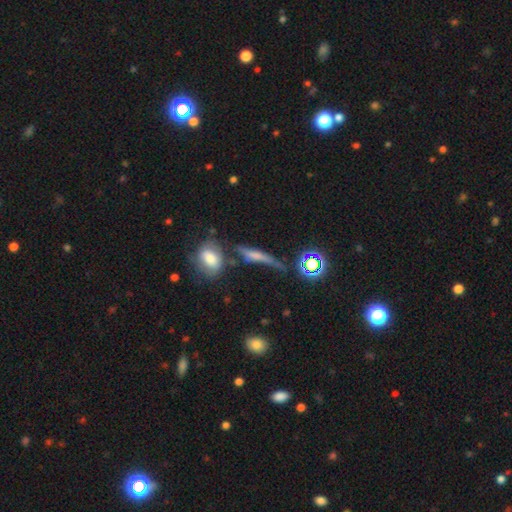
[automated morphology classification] Q: Smooth or featured?
A: smooth (51%); runner-up: featured or disk (32%)
Q: How rounded?
A: cigar-shaped (72%); runner-up: in between (19%)
Q: Merging?
A: none (47%); runner-up: minor disturbance (22%)